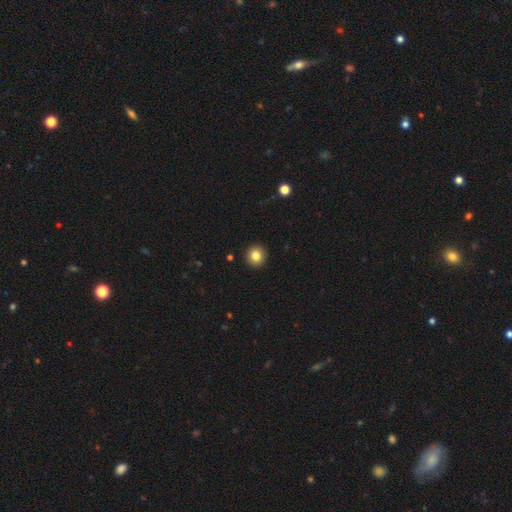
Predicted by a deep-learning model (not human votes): smooth-or-featured: smooth: 84% | star or artifact: 10% | featured or disk: 6%
  how-rounded: round: 92% | in between: 7% | cigar-shaped: 1%
  merging: none: 93% | minor disturbance: 5% | major disturbance: 1% | merger: 1%